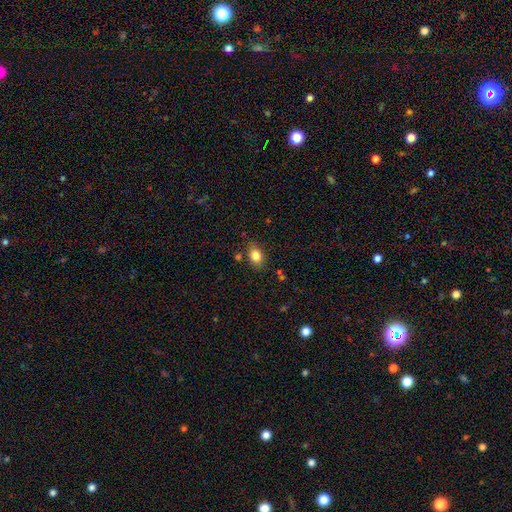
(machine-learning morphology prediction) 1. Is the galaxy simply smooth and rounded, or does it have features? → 82% smooth, 9% star or artifact, 9% featured or disk.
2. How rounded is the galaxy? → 74% in between, 25% round, 1% cigar-shaped.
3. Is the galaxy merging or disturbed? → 79% none, 14% minor disturbance, 4% merger, 3% major disturbance.